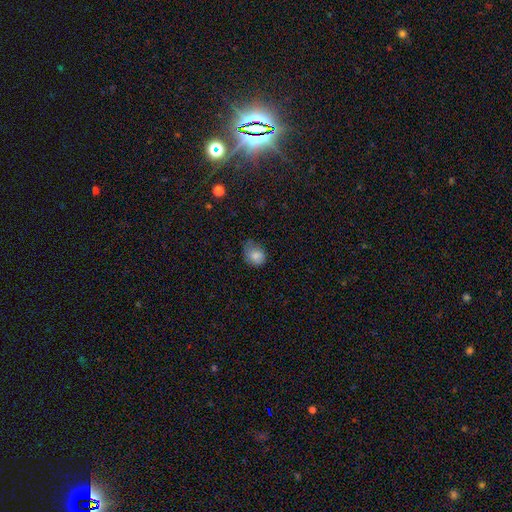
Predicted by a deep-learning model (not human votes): smooth_or_featured: smooth (p=0.81) [alt: featured or disk p=0.10]
how_rounded: in between (p=0.53) [alt: round p=0.46]
merging: none (p=0.50) [alt: minor disturbance p=0.38]